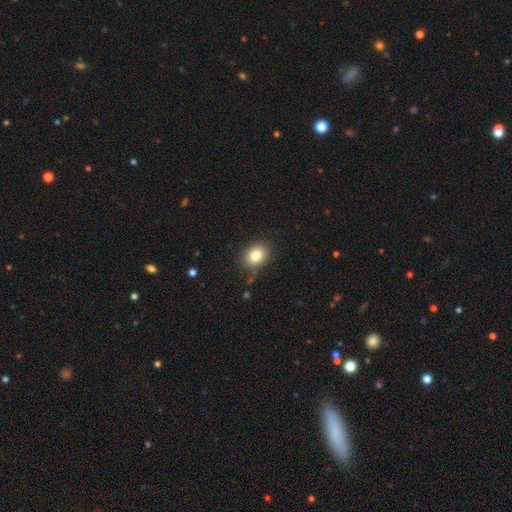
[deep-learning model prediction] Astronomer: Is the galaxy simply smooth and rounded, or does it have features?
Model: smooth — 82%.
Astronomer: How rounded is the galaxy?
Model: in between — 54% (runner-up: round, 45%).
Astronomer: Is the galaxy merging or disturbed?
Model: none — 84%.